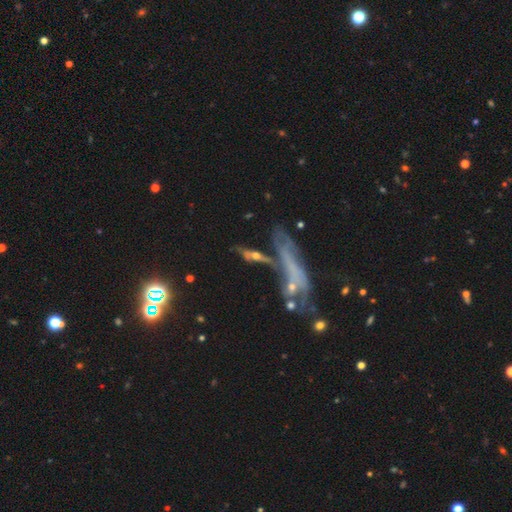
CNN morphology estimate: A featured or disk galaxy (57%) viewed edge-on (61%).

Vote fractions:
- Smooth or featured? featured or disk: 57% / smooth: 29% / star or artifact: 14%
- Edge-on disk? yes: 61% / no: 39%
- Merging? none: 36% / merger: 34% / minor disturbance: 16% / major disturbance: 14%